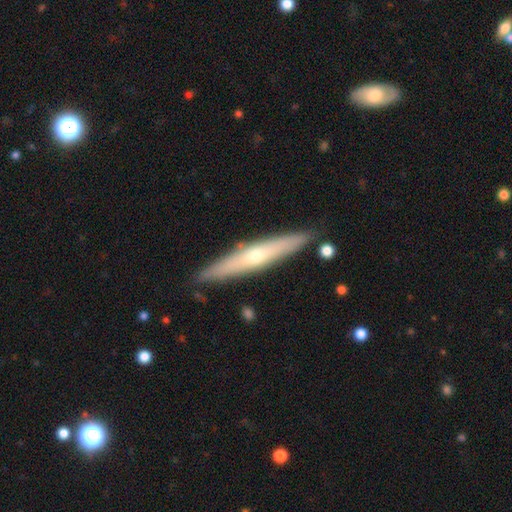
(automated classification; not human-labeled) Overall: featured or disk (56%; smooth 38%). Edge-on disk: yes (89%). Edge-on bulge: rounded (76%). Merging: none (88%).